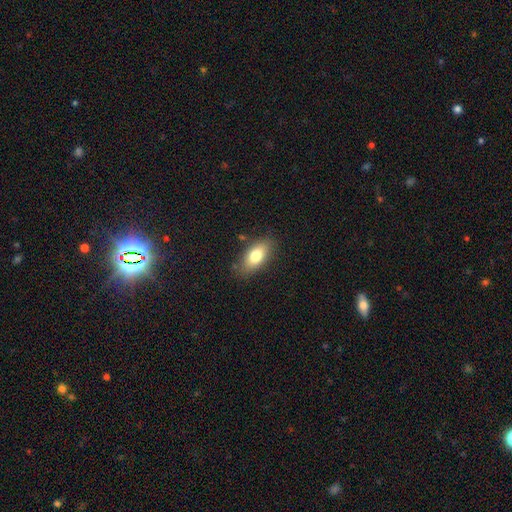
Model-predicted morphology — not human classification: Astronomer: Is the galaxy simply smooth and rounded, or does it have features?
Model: smooth — 76%.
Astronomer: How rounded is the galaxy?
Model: in between — 87%.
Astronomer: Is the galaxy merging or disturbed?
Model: none — 82%.